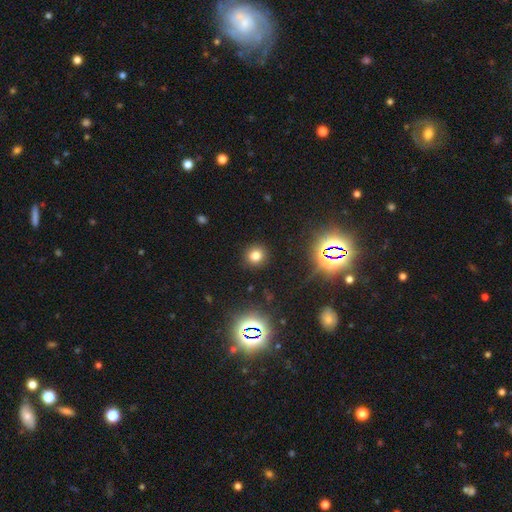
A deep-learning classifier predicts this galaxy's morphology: A smooth galaxy with no disk features (73%) that is round (89%). Merging: none (90%).